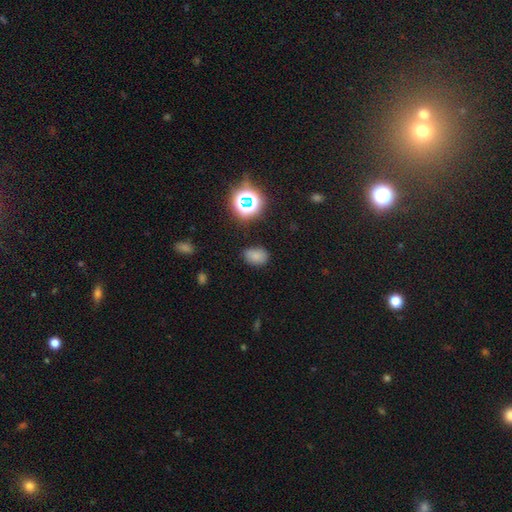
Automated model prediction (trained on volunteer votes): This is likely a smooth galaxy (73%). How rounded: likely in between (74%). Merging: likely none (77%).